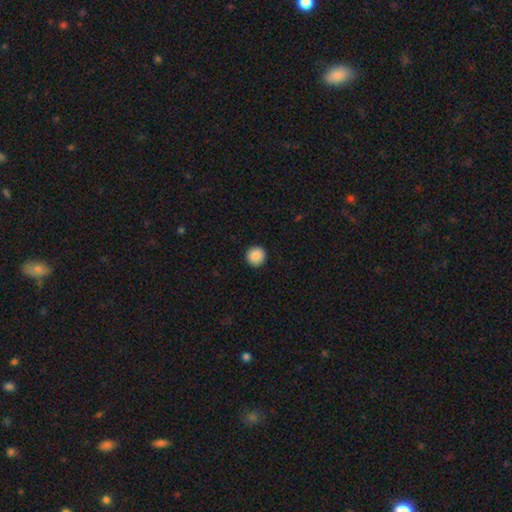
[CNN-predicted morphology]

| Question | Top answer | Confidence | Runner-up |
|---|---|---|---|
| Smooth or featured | smooth | 89% | star or artifact (8%) |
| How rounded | round | 95% | in between (4%) |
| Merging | none | 93% | minor disturbance (4%) |